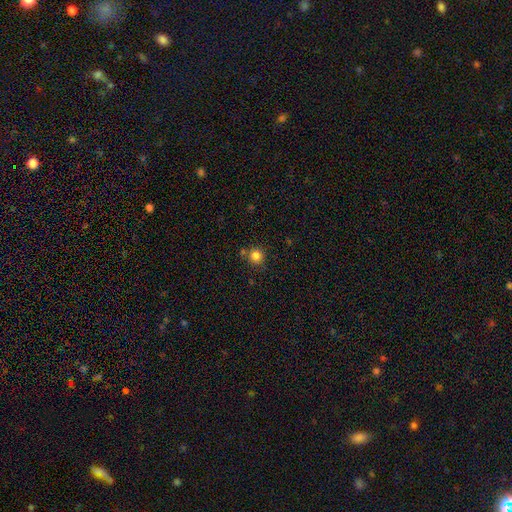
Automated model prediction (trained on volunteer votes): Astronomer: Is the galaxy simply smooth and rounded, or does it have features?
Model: smooth — 83%.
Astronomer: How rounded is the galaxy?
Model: round — 91%.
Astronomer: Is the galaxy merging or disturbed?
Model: none — 74%.